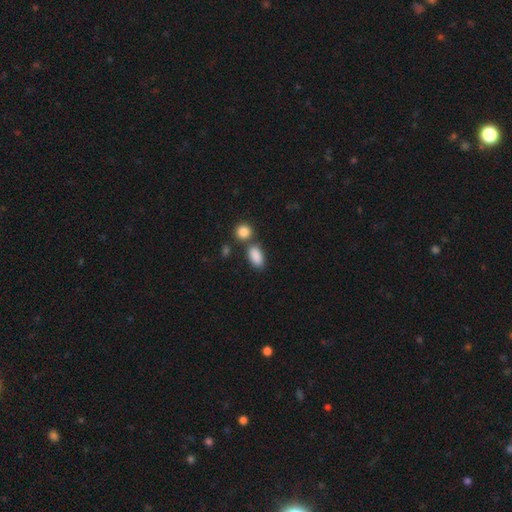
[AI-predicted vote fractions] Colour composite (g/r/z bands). It shows a smooth galaxy with no disk features (88%) that is in between round and cigar-shaped (88%). Merging: none (64%).